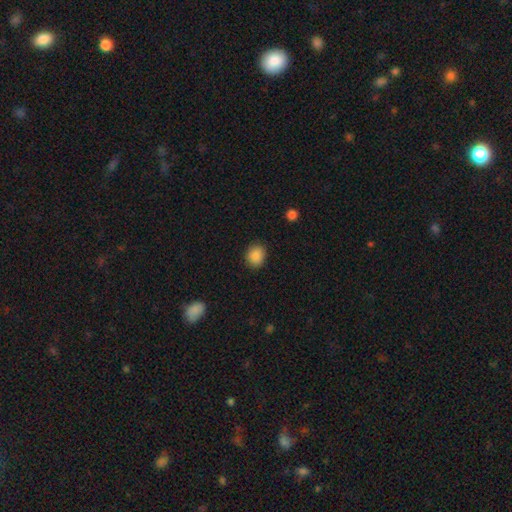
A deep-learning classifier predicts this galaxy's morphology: type=smooth (88%); roundness=round (68%); merging=none (89%).